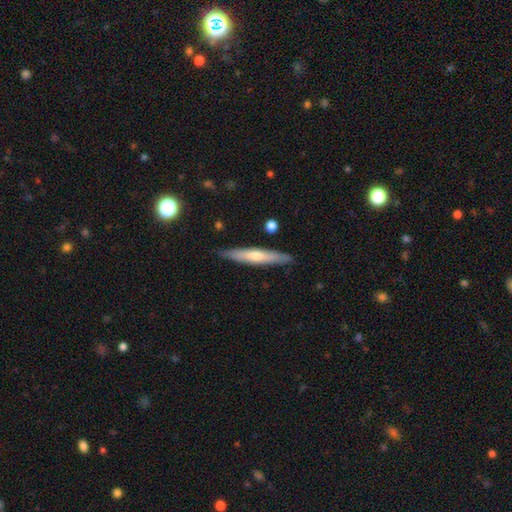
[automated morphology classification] A featured or disk galaxy (52%) viewed edge-on (92%). Merging: none (88%).